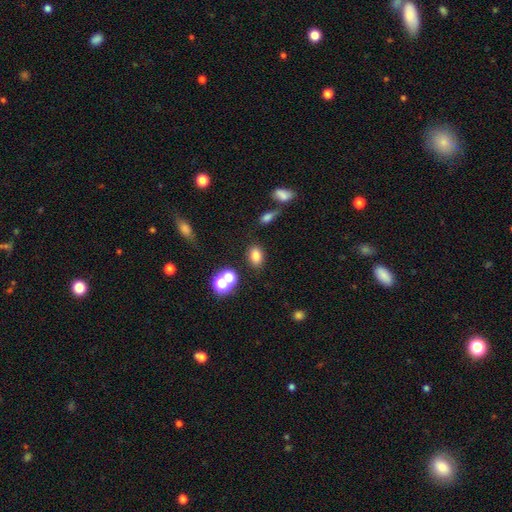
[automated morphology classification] Overall: smooth (78%). How rounded: in between (79%). Merging: none (80%).